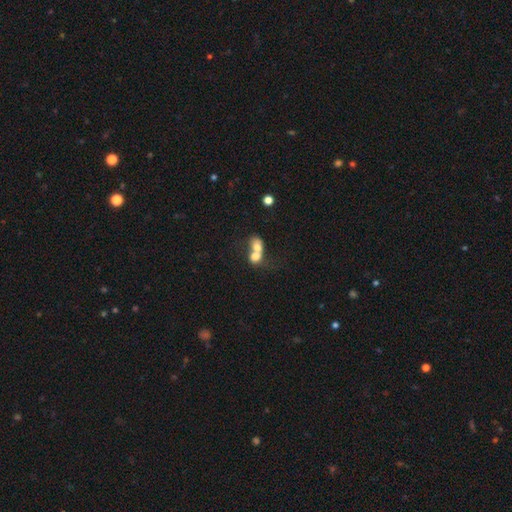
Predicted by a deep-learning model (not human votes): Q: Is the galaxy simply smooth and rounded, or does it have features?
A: smooth — 67%.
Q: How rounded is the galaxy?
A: in between — 49%, tied with round.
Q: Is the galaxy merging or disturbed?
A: merger — 76%.